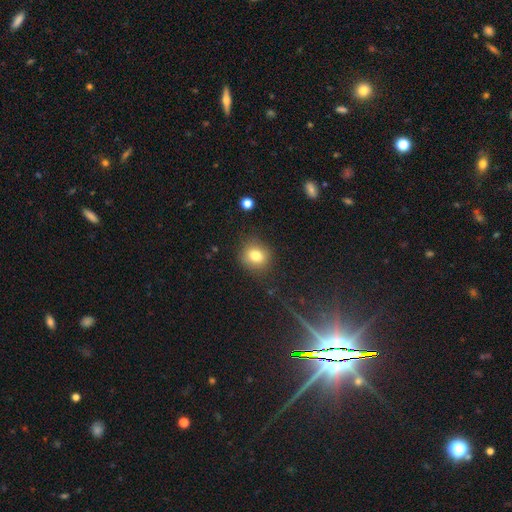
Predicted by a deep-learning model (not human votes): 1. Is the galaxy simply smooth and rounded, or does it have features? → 80% smooth, 12% star or artifact, 9% featured or disk.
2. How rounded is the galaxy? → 74% round, 25% in between, 1% cigar-shaped.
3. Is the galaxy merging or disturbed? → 83% none, 12% minor disturbance, 4% major disturbance, 2% merger.